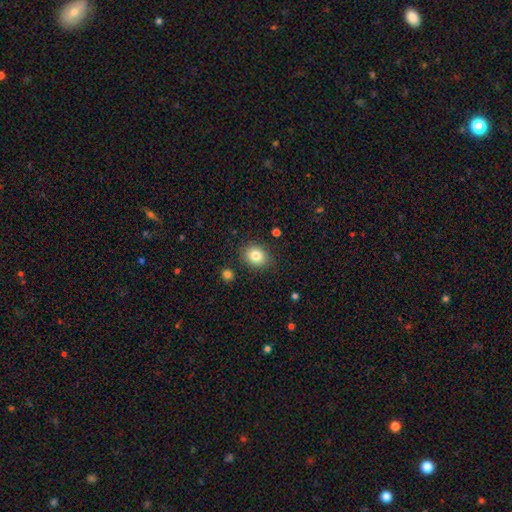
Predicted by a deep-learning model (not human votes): Smooth or featured? smooth (82%)
How rounded? round (58%)
Merging? none (85%)